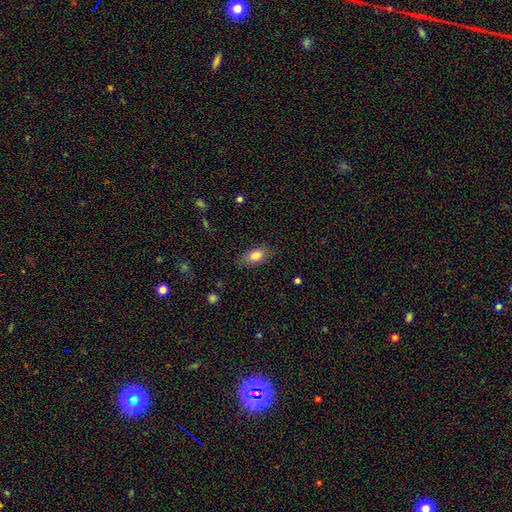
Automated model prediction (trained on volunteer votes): Smooth or featured? smooth (80%)
How rounded? in between (85%)
Merging? none (81%)